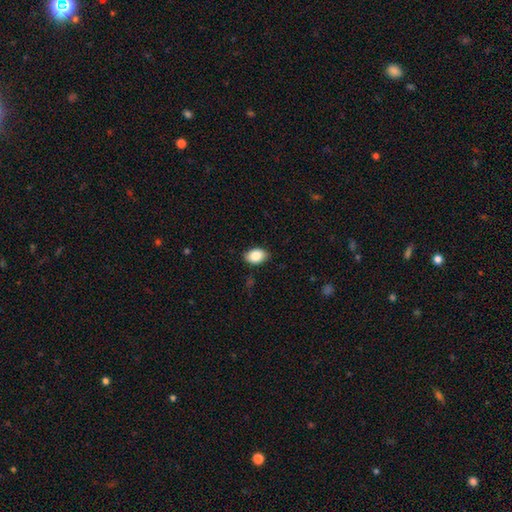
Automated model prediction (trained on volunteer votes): smooth 86%, star or artifact 8%, featured or disk 7%. Down the decision tree: how rounded — in between (83%); merging — none (86%).